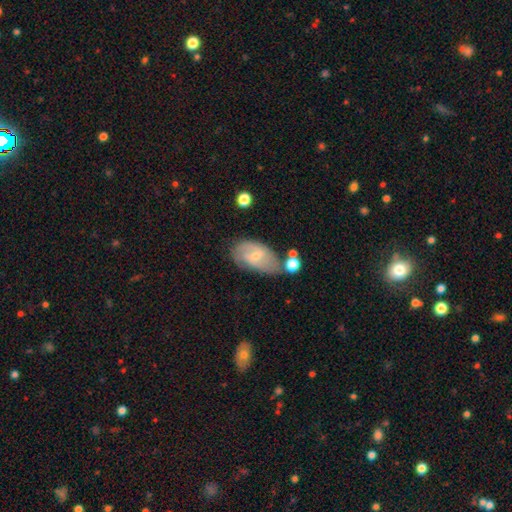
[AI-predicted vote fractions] Smooth or featured?
  - featured or disk: 55% *
  - smooth: 38%
  - star or artifact: 7%
Edge-on disk?
  - no: 94% *
  - yes: 6%
Bar?
  - weak: 52% *
  - no: 34%
  - strong: 14%
Spiral arms?
  - yes: 77% *
  - no: 23%
Bulge size?
  - small: 65% *
  - moderate: 30%
  - none: 3%
  - large: 1%
  - dominant: 1%
Merging?
  - none: 53% *
  - minor disturbance: 26%
  - merger: 11%
  - major disturbance: 10%